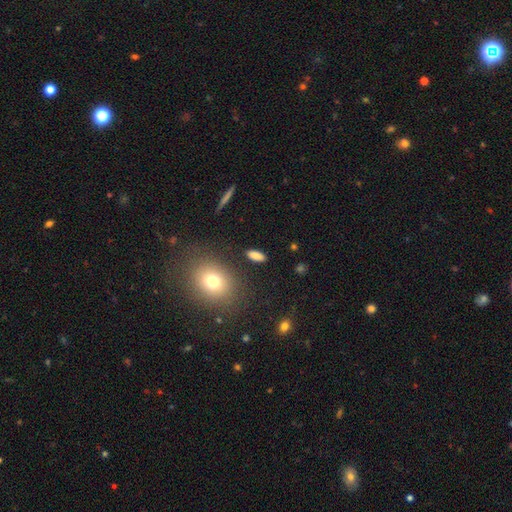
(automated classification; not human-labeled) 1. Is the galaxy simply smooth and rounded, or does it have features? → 82% smooth, 10% star or artifact, 9% featured or disk.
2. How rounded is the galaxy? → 72% in between, 23% cigar-shaped, 4% round.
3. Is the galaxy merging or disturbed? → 87% none, 8% minor disturbance, 3% major disturbance, 2% merger.